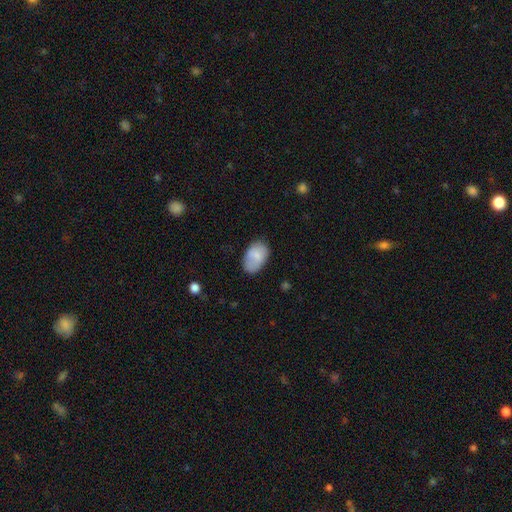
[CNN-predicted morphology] Smooth or featured: smooth — 80% (featured or disk — 13%)
How rounded: in between — 90% (round — 8%)
Merging: none — 68% (minor disturbance — 24%)